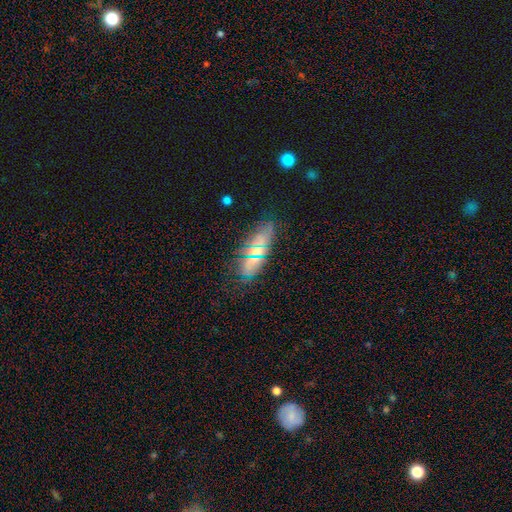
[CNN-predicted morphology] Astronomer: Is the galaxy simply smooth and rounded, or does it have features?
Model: smooth — 44% (runner-up: featured or disk, 34%).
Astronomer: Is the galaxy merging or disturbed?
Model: none — 77%.